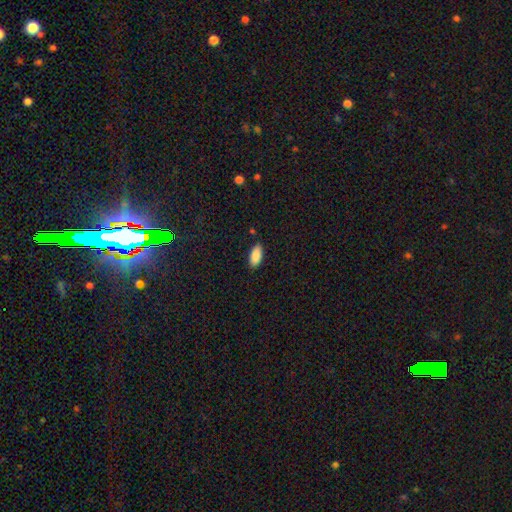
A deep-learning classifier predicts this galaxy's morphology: smooth 88%, star or artifact 7%, featured or disk 5%. Down the decision tree: how rounded — in between (90%); merging — none (86%).